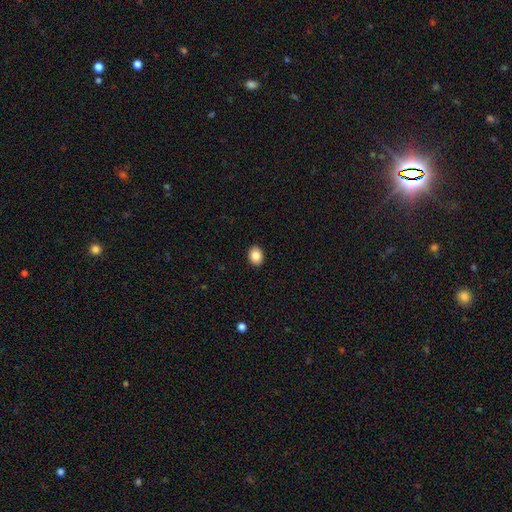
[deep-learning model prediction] Overall: smooth (86%). How rounded: in between (65%; round 35%). Merging: none (92%).